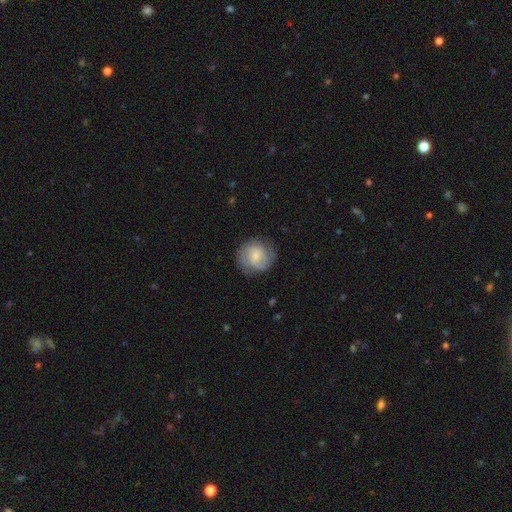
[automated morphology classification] Q: Smooth or featured?
A: smooth (54%); runner-up: featured or disk (39%)
Q: How rounded?
A: round (87%); runner-up: in between (12%)
Q: Merging?
A: none (72%); runner-up: minor disturbance (19%)